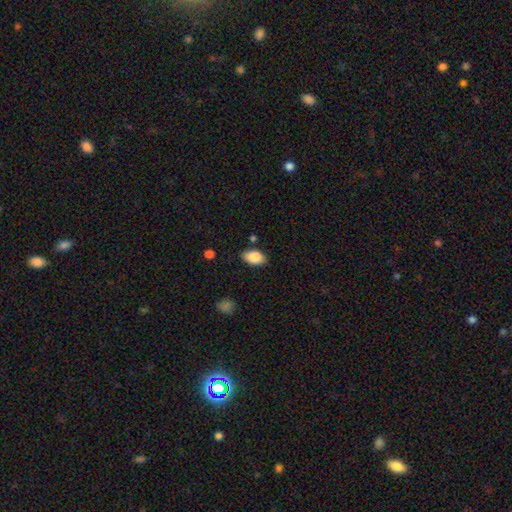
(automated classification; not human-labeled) Smooth or featured?
  - smooth: 84% *
  - featured or disk: 8%
  - star or artifact: 7%
How rounded?
  - in between: 91% *
  - round: 7%
  - cigar-shaped: 2%
Merging?
  - none: 80% *
  - minor disturbance: 15%
  - major disturbance: 3%
  - merger: 2%